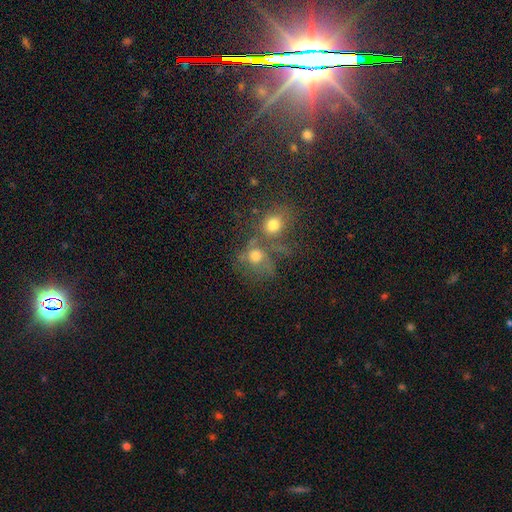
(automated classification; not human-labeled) Morphology: type=smooth (51%); roundness=round (67%); merging=merger (46%).